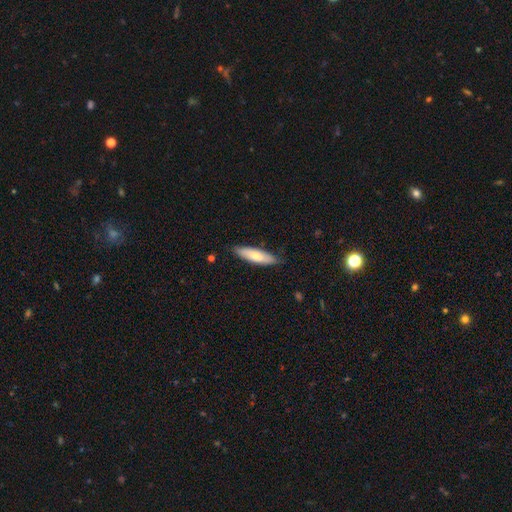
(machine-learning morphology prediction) type=smooth (69%); roundness=cigar-shaped (55%); merging=none (82%).